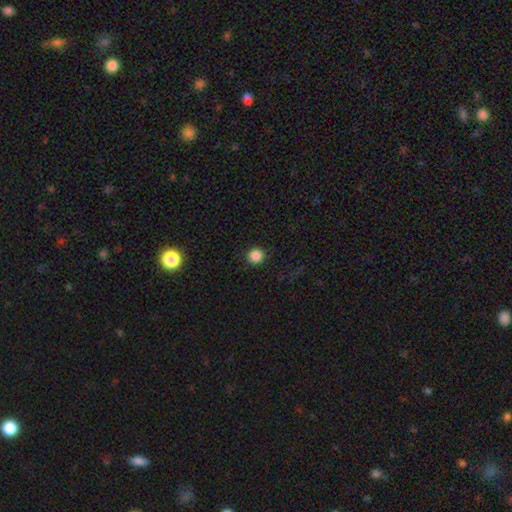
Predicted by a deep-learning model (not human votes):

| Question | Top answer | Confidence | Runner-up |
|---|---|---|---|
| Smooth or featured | smooth | 86% | star or artifact (11%) |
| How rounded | round | 93% | in between (6%) |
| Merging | none | 92% | minor disturbance (5%) |